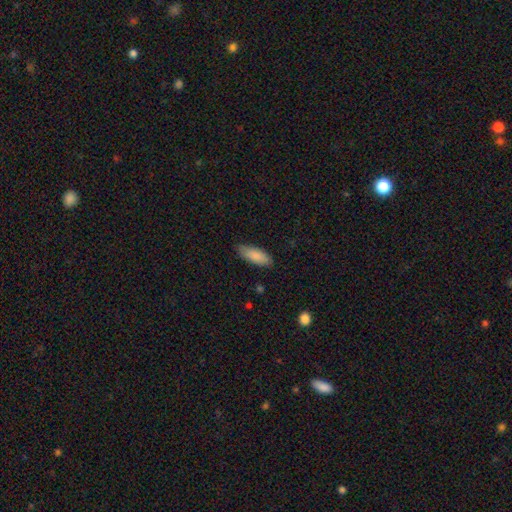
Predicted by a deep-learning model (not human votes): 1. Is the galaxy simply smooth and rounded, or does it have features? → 86% smooth, 8% featured or disk, 5% star or artifact.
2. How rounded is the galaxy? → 73% in between, 25% cigar-shaped, 2% round.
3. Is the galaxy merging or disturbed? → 85% none, 12% minor disturbance, 2% major disturbance, 1% merger.